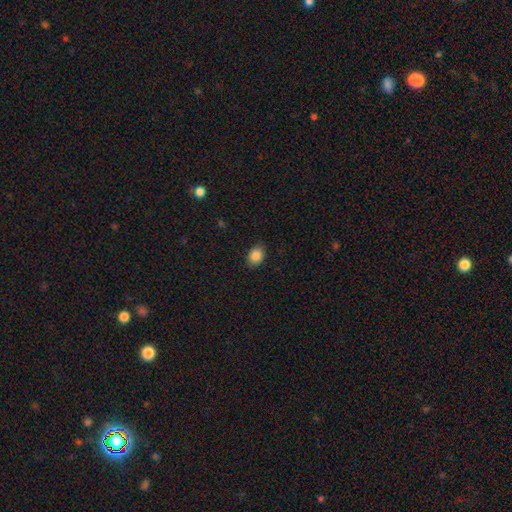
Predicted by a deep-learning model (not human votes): Q: Smooth or featured?
A: smooth (86%); runner-up: star or artifact (9%)
Q: How rounded?
A: in between (69%); runner-up: round (30%)
Q: Merging?
A: none (86%); runner-up: minor disturbance (10%)